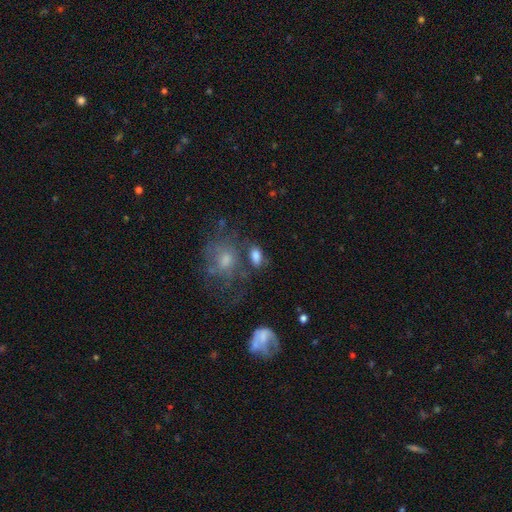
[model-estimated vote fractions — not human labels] This appears to be a smooth galaxy with no disk features (77%) that is in between round and cigar-shaped (85%). Merging: none (58%).